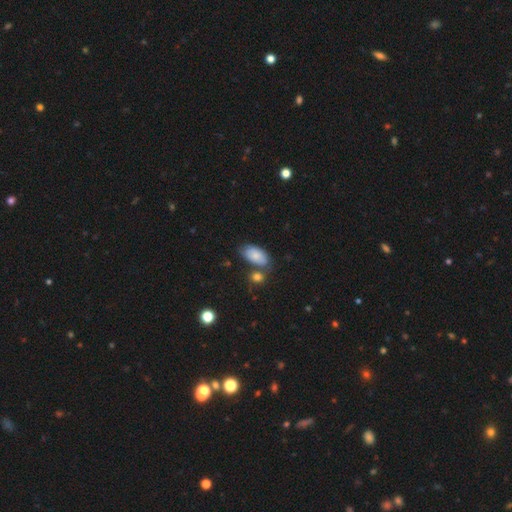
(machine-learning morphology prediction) Q: Smooth or featured?
A: smooth (82%); runner-up: featured or disk (11%)
Q: How rounded?
A: in between (94%); runner-up: round (4%)
Q: Merging?
A: none (59%); runner-up: merger (19%)